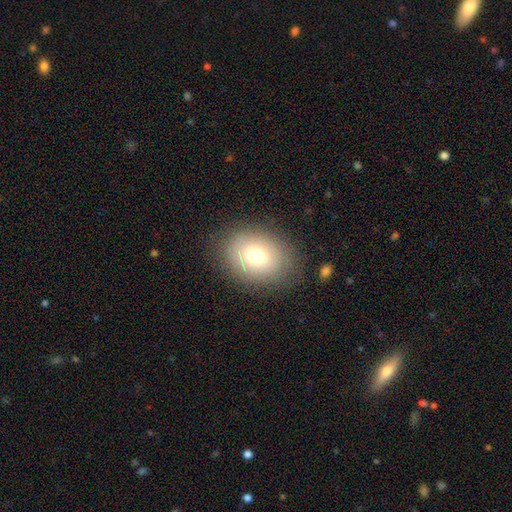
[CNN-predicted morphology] Smooth or featured? Predicted: smooth (p=0.72). How rounded? Predicted: in between (p=0.66). Merging? Predicted: none (p=0.82).